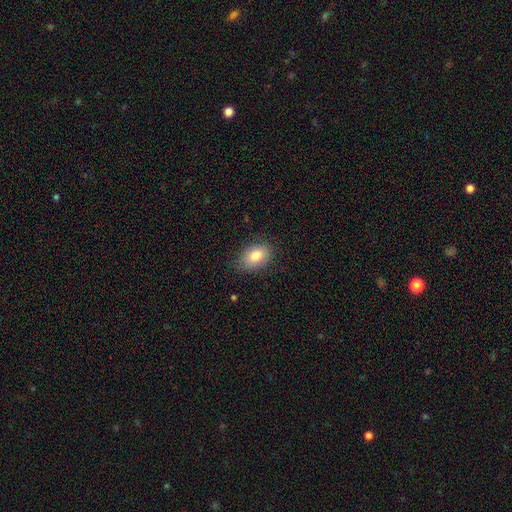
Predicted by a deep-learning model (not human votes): smooth_or_featured: smooth (p=0.82) [alt: featured or disk p=0.11]
how_rounded: in between (p=0.85) [alt: round p=0.14]
merging: none (p=0.81) [alt: minor disturbance p=0.15]